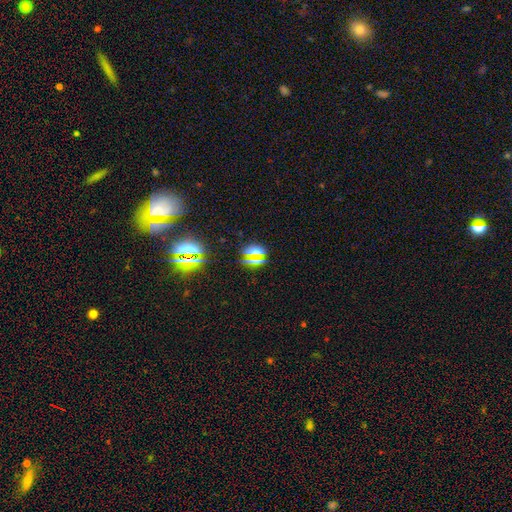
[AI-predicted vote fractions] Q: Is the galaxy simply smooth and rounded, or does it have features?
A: star or artifact — 54%.